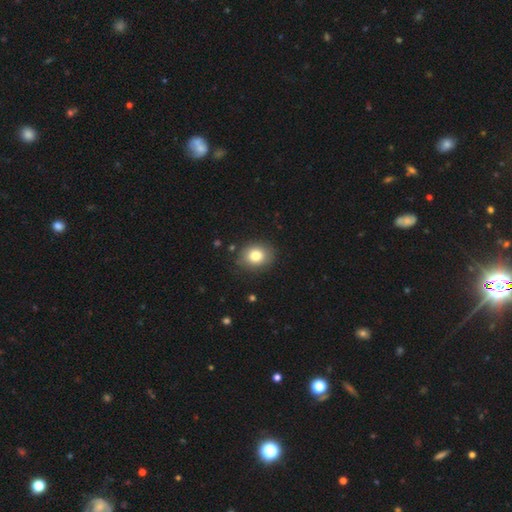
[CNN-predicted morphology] This is clearly a smooth galaxy (81%). How rounded: possibly round (58%). Merging: clearly none (85%).